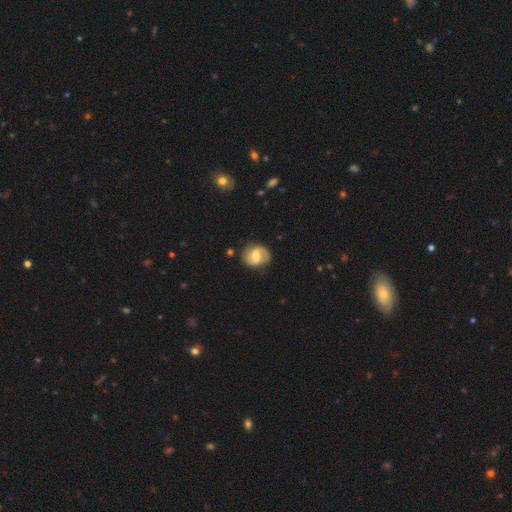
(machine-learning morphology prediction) The model was most divided on "spiral winding": medium: 47%, tight: 26%, loose: 26%. More confident: edge-on disk — no (97%); spiral arms — yes (90%); spiral arm count — 2 (85%); merging — none (78%); smooth or featured — featured or disk (72%); bulge size — moderate (63%); bar — weak (52%).